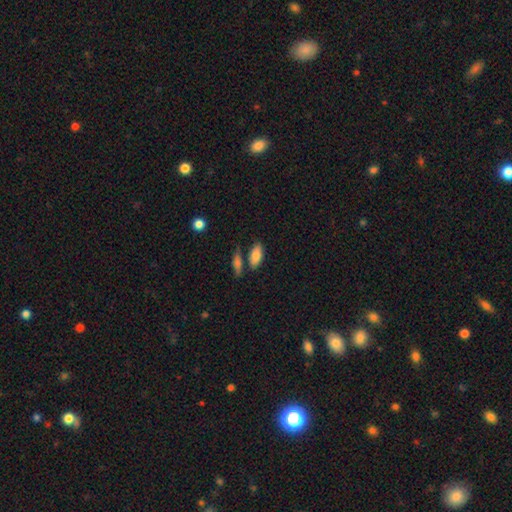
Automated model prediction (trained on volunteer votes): Q: Smooth or featured?
A: smooth (81%); runner-up: featured or disk (12%)
Q: How rounded?
A: in between (87%); runner-up: cigar-shaped (10%)
Q: Merging?
A: none (66%); runner-up: merger (16%)